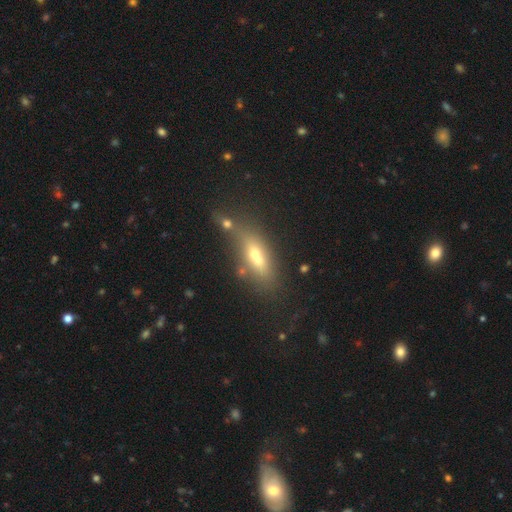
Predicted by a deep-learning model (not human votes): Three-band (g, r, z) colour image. It shows a smooth galaxy with no disk features (47%). Merging: none (50%).